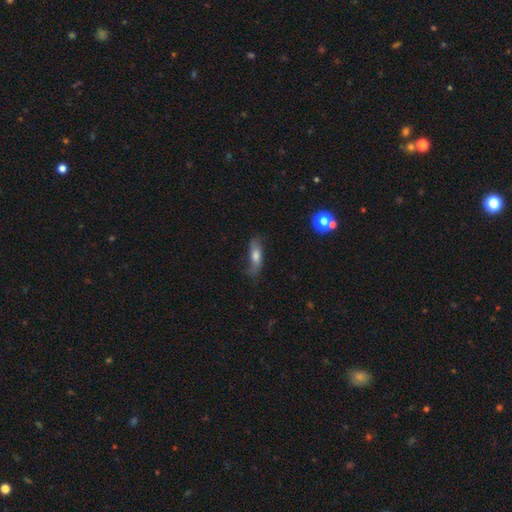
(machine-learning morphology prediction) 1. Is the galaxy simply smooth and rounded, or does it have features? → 55% smooth, 36% featured or disk, 9% star or artifact.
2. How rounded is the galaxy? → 55% in between, 41% cigar-shaped, 5% round.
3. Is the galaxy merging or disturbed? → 59% none, 26% minor disturbance, 12% major disturbance, 2% merger.